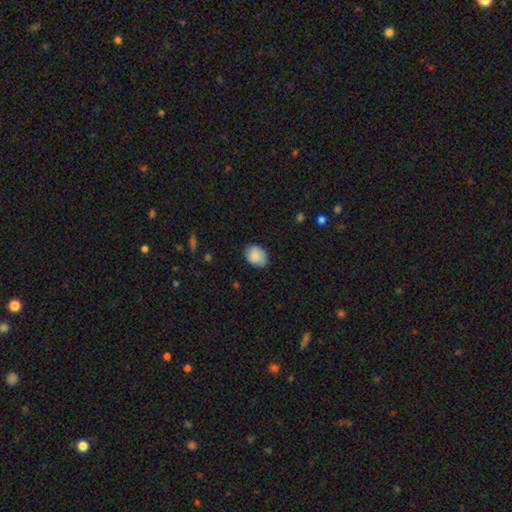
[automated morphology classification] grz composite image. It shows a smooth galaxy with no disk features (87%) that is in between round and cigar-shaped (64%). Merging: none (74%).